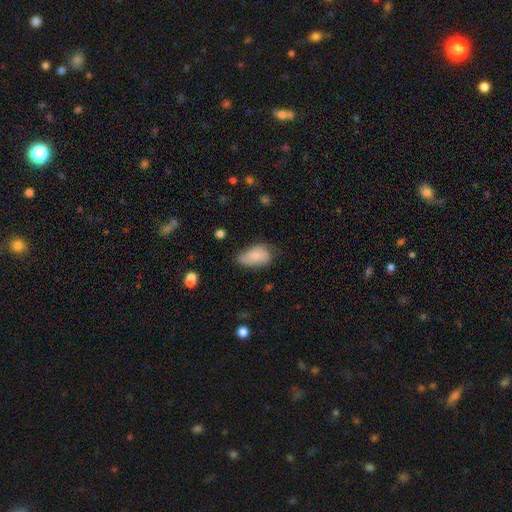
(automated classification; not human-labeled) Smooth or featured? smooth (78%)
How rounded? in between (92%)
Merging? none (47%)